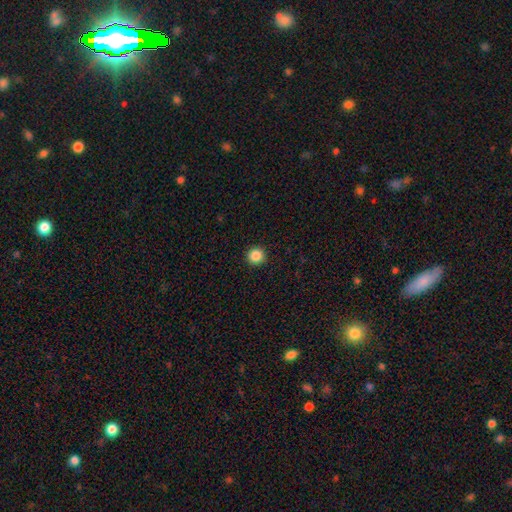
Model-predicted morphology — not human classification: Smooth or featured: smooth — 86% (star or artifact — 10%)
How rounded: round — 95% (in between — 4%)
Merging: none — 92% (minor disturbance — 5%)